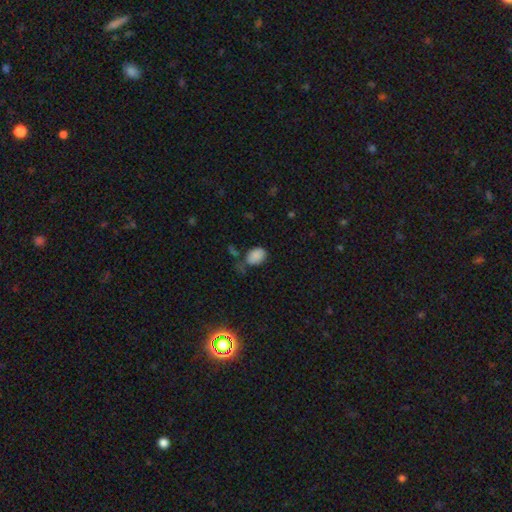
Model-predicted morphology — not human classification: Overall: smooth (84%). How rounded: in between (79%). Merging: none (50%; minor disturbance 28%).